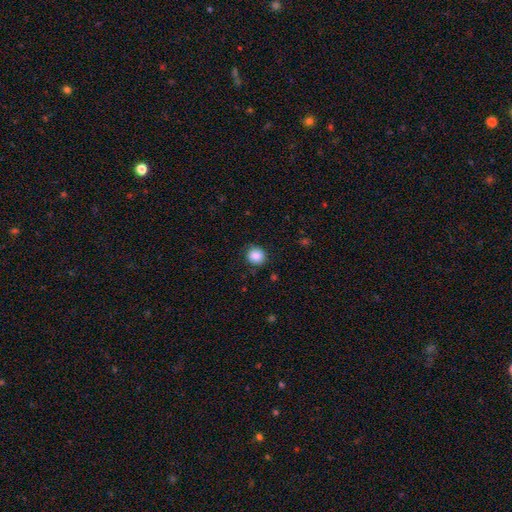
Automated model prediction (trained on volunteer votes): Smooth or featured? Predicted: smooth (p=0.87). How rounded? Predicted: round (p=0.84). Merging? Predicted: none (p=0.83).